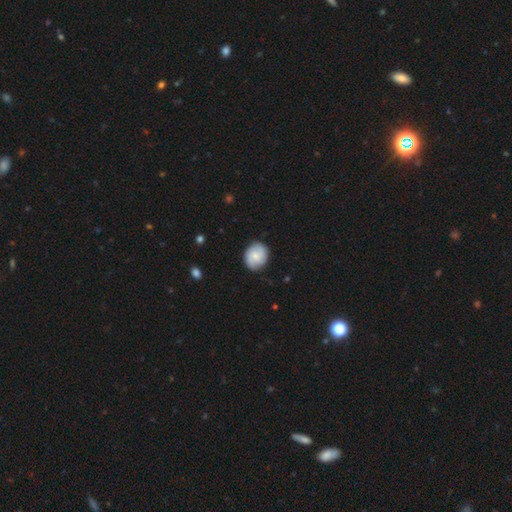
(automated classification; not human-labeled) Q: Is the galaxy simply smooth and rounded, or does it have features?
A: smooth — 65%.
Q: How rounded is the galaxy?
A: round — 64%.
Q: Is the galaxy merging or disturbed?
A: none — 79%.